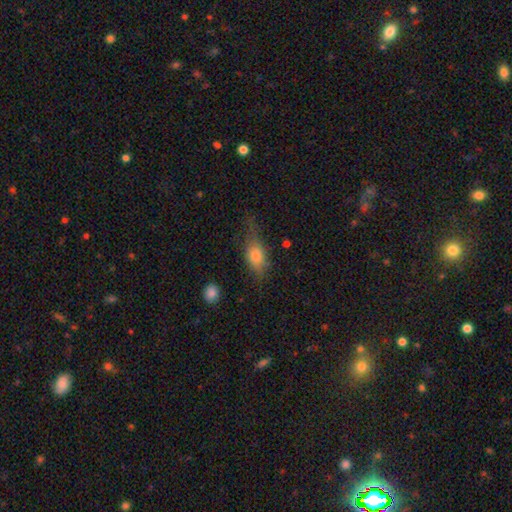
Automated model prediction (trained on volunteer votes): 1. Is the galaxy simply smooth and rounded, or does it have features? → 69% smooth, 21% featured or disk, 9% star or artifact.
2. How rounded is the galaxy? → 76% in between, 13% round, 11% cigar-shaped.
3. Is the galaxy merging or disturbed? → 48% none, 31% minor disturbance, 18% major disturbance, 3% merger.